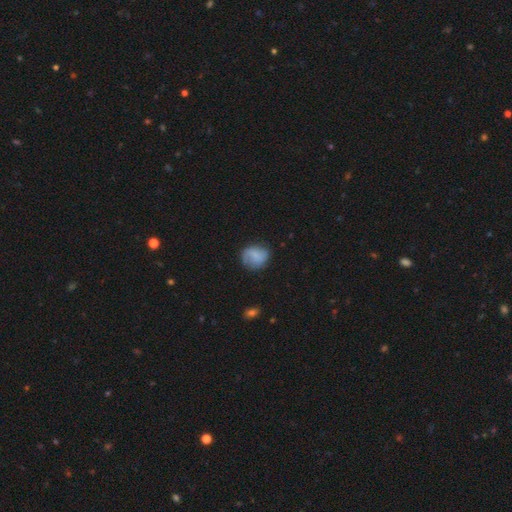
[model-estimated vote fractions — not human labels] Smooth or featured? Predicted: smooth (p=0.65). How rounded? Predicted: round (p=0.69). Merging? Predicted: none (p=0.65).